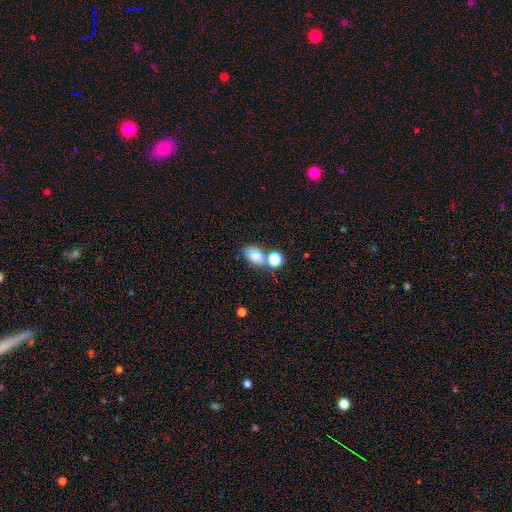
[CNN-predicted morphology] Smooth or featured? smooth (56%)
How rounded? in between (71%)
Merging? none (59%)